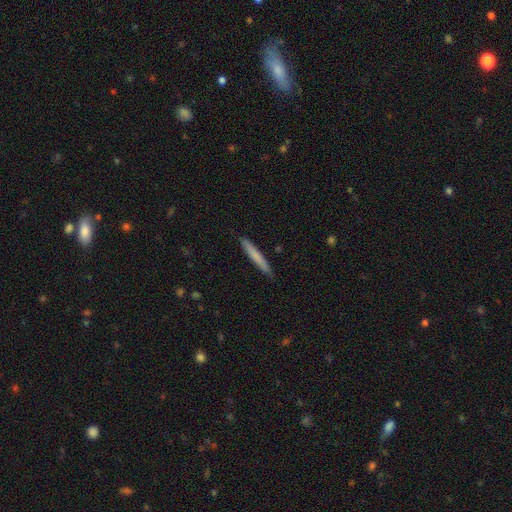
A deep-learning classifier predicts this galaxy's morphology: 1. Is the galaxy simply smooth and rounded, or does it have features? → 71% smooth, 23% featured or disk, 5% star or artifact.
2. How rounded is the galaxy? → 96% cigar-shaped, 3% in between, 1% round.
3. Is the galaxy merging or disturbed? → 90% none, 8% minor disturbance, 1% major disturbance, 1% merger.